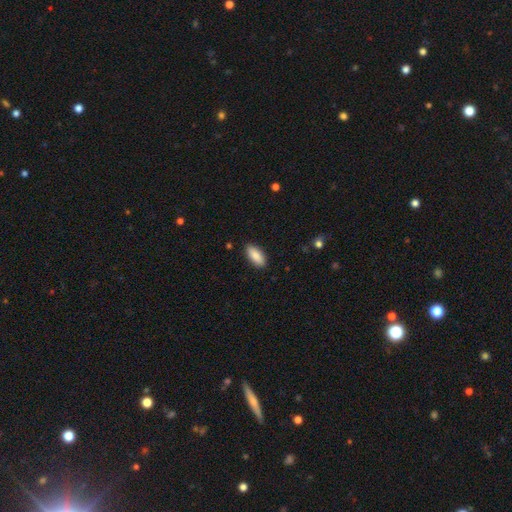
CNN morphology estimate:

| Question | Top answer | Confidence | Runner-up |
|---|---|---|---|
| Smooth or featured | smooth | 86% | featured or disk (8%) |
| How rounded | in between | 88% | cigar-shaped (10%) |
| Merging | none | 89% | minor disturbance (8%) |